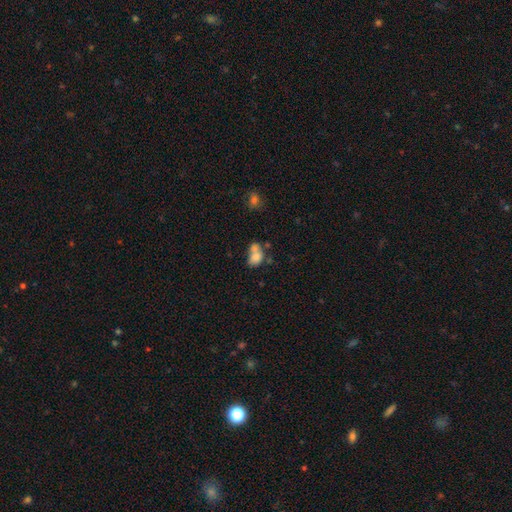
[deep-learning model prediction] Smooth or featured?
  - smooth: 73% *
  - featured or disk: 17%
  - star or artifact: 10%
How rounded?
  - in between: 68% *
  - round: 30%
  - cigar-shaped: 2%
Merging?
  - merger: 55% *
  - none: 24%
  - minor disturbance: 13%
  - major disturbance: 8%